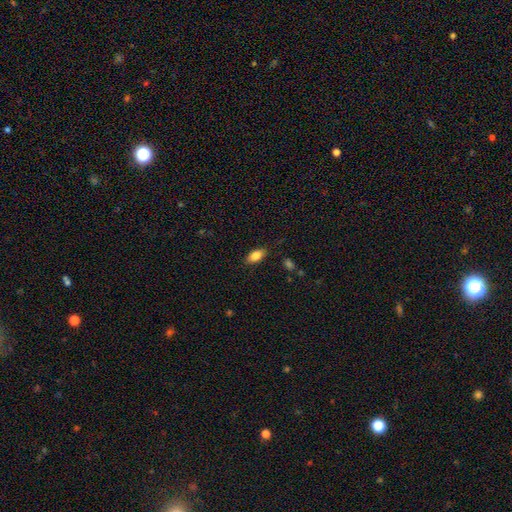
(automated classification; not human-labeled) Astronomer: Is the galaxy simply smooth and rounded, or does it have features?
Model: smooth — 83%.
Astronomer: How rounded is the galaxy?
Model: in between — 89%.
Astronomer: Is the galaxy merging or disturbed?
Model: none — 85%.